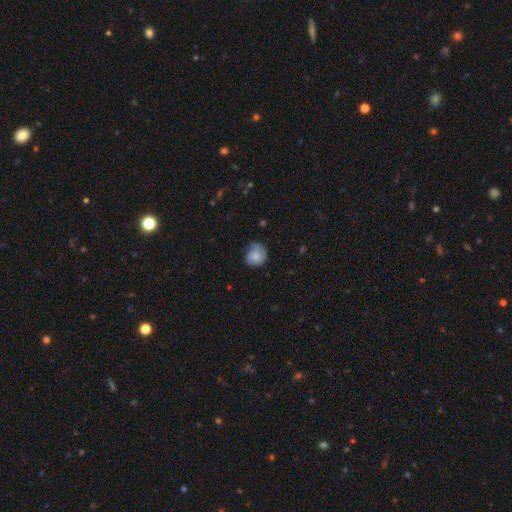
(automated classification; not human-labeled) smooth_or_featured: smooth (p=0.75) [alt: featured or disk p=0.17]
how_rounded: round (p=0.72) [alt: in between p=0.27]
merging: none (p=0.51) [alt: minor disturbance p=0.36]